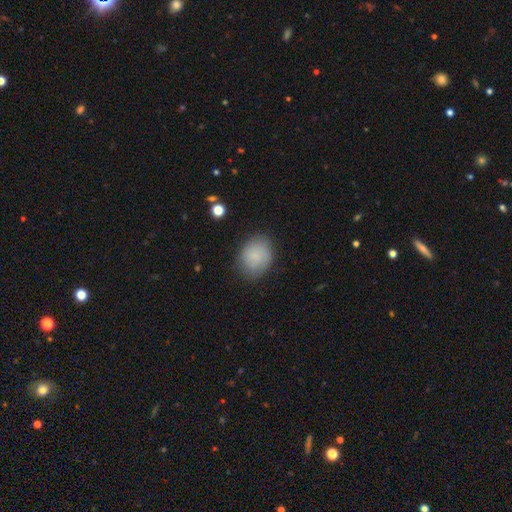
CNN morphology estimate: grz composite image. It shows a smooth galaxy with no disk features (83%) that is in between round and cigar-shaped (50%). Merging: none (78%).